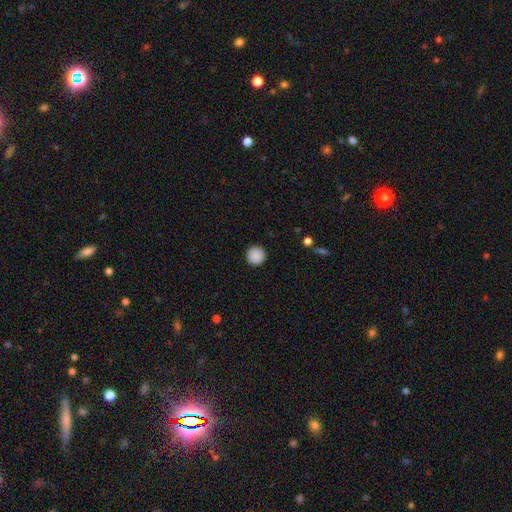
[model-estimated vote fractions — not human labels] Smooth or featured: smooth — 89% (star or artifact — 8%)
How rounded: round — 96% (in between — 3%)
Merging: none — 93% (minor disturbance — 4%)